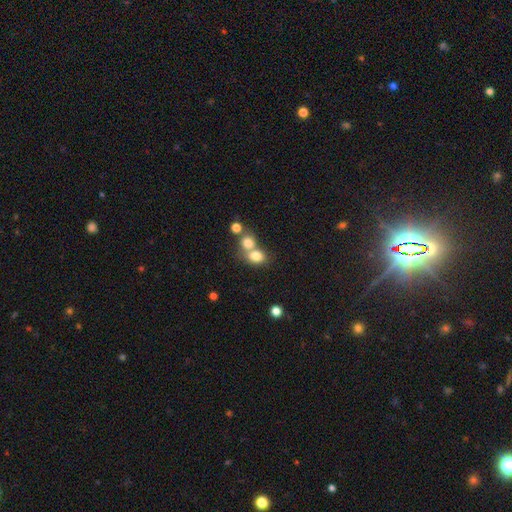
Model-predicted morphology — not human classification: Smooth or featured?
  - smooth: 78% *
  - star or artifact: 11%
  - featured or disk: 11%
How rounded?
  - round: 51% *
  - in between: 48%
  - cigar-shaped: 1%
Merging?
  - merger: 53% *
  - none: 36%
  - minor disturbance: 7%
  - major disturbance: 4%